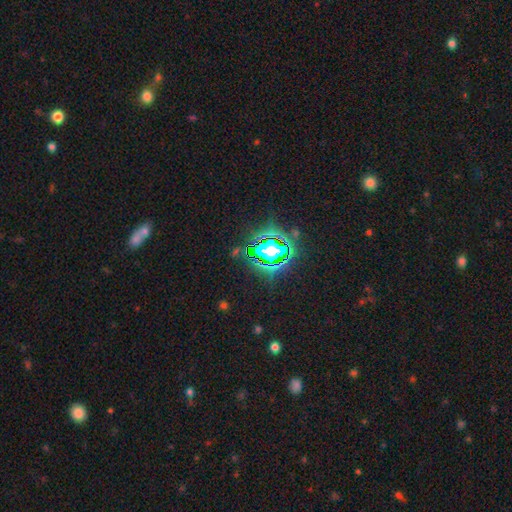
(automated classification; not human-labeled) Overall: star or artifact (81%).